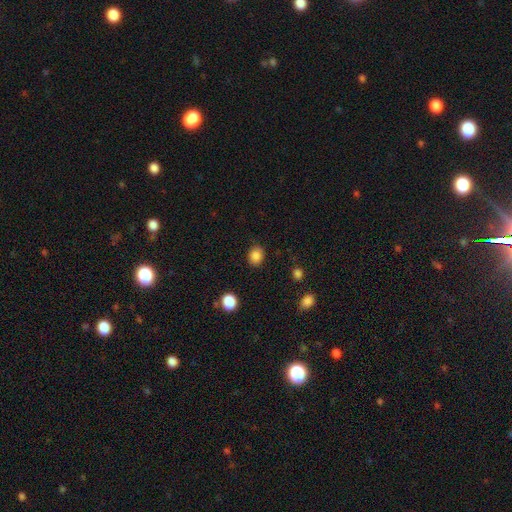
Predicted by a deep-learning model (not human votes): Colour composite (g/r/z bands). It shows a smooth galaxy with no disk features (86%) that is round (60%). Merging: none (86%).